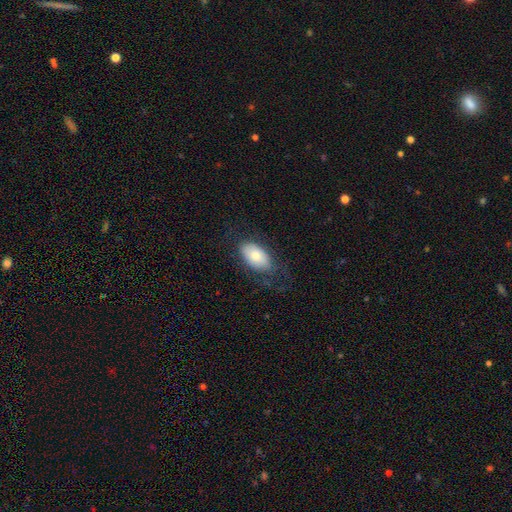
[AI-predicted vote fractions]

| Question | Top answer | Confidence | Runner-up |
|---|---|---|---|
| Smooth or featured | smooth | 76% | featured or disk (18%) |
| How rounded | in between | 94% | round (4%) |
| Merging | none | 69% | minor disturbance (19%) |